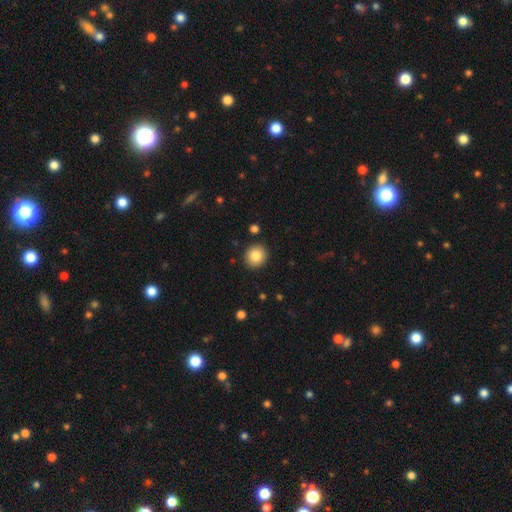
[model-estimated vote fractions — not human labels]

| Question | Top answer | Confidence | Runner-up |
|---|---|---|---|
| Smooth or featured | smooth | 84% | star or artifact (9%) |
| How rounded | round | 83% | in between (16%) |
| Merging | none | 91% | minor disturbance (6%) |